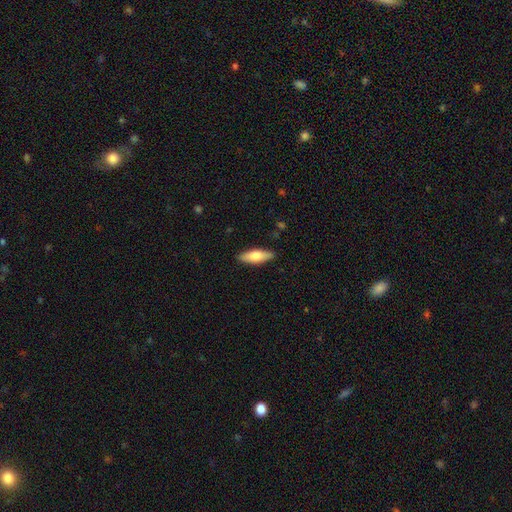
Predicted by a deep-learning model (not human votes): Q: Smooth or featured?
A: smooth (68%); runner-up: featured or disk (27%)
Q: How rounded?
A: in between (51%); runner-up: cigar-shaped (47%)
Q: Merging?
A: none (88%); runner-up: minor disturbance (9%)